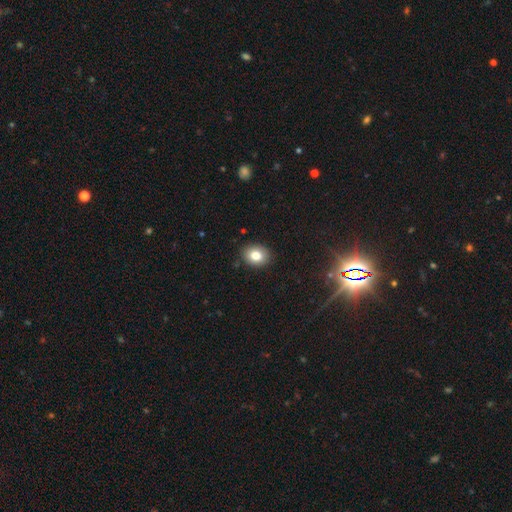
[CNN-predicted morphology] This appears to be a smooth galaxy with no disk features (80%) that is in between round and cigar-shaped (52%). Merging: none (89%).